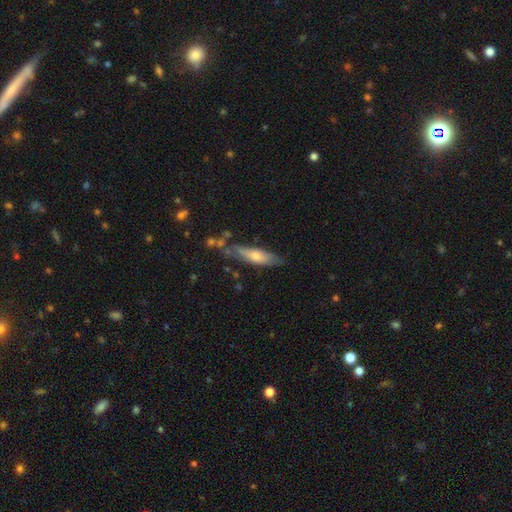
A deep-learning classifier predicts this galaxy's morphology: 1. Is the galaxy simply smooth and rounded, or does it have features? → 53% smooth, 41% featured or disk, 7% star or artifact.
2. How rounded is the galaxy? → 64% cigar-shaped, 34% in between, 2% round.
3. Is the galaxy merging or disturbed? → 57% none, 26% minor disturbance, 10% major disturbance, 7% merger.